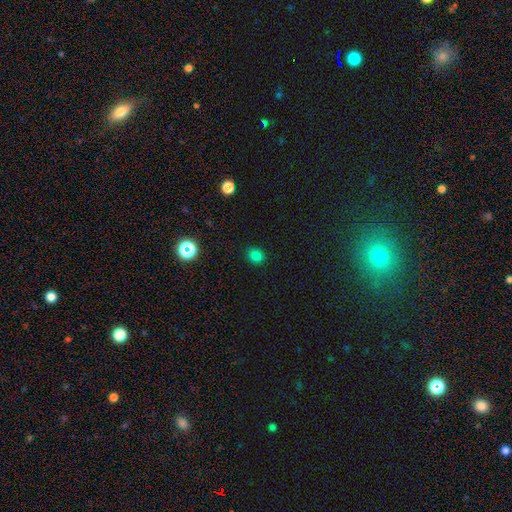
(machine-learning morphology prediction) Smooth or featured: smooth — 78% (star or artifact — 18%)
How rounded: round — 69% (in between — 30%)
Merging: none — 88% (minor disturbance — 8%)